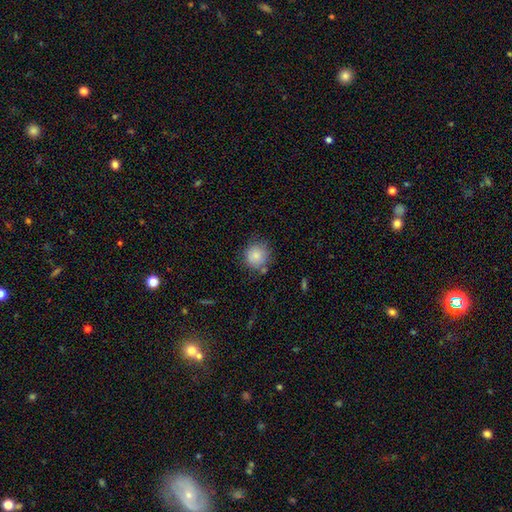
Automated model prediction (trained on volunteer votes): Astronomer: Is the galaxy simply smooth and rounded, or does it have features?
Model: smooth — 84%.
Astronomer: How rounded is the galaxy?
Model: round — 91%.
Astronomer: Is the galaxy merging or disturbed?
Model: none — 74%.